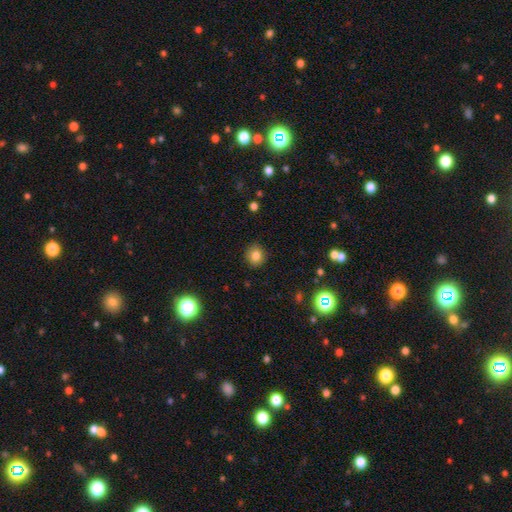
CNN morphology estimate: The model was most divided on "how rounded": round: 79%, in between: 20%, cigar-shaped: 1%. More confident: merging — none (89%); smooth or featured — smooth (80%).